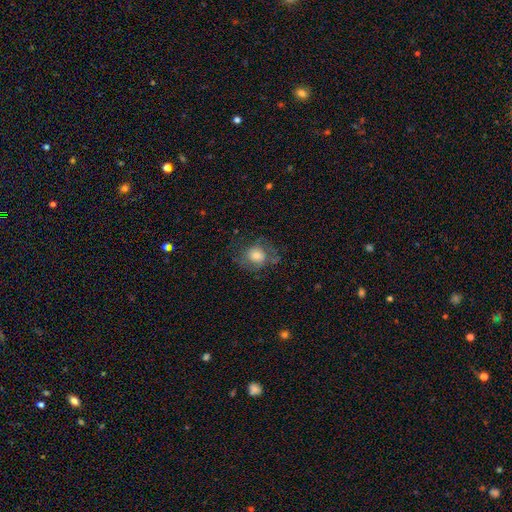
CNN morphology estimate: smooth_or_featured: smooth (p=0.61) [alt: featured or disk p=0.30]
how_rounded: round (p=0.70) [alt: in between p=0.29]
merging: none (p=0.62) [alt: minor disturbance p=0.21]